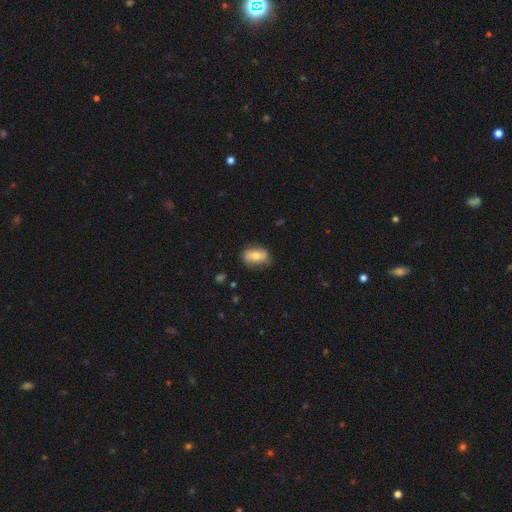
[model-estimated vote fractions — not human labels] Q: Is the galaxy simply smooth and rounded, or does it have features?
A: smooth — 60%.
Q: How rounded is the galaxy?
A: in between — 83%.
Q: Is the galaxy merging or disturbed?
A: none — 76%.